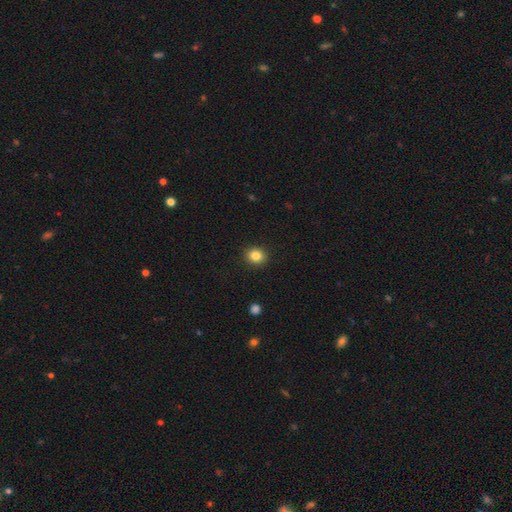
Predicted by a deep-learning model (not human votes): Smooth or featured? smooth (84%)
How rounded? round (79%)
Merging? none (92%)